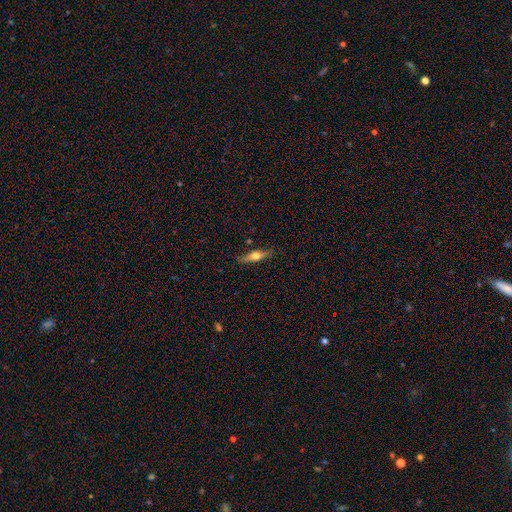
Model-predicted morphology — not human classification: featured or disk 51%, smooth 43%, star or artifact 6%. Down the decision tree: edge-on disk — yes (92%); merging — none (86%).